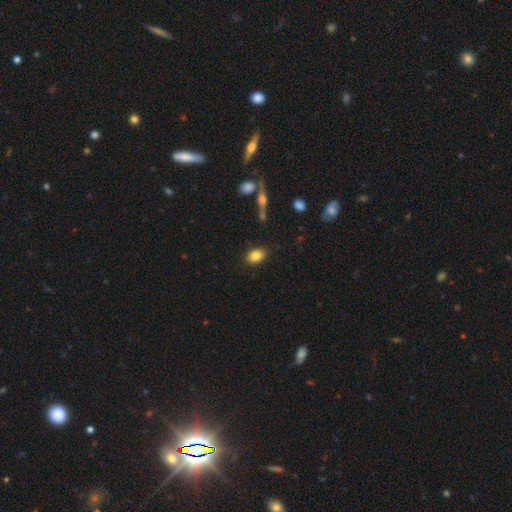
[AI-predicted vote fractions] Overall: smooth (83%). How rounded: in between (82%). Merging: none (86%).